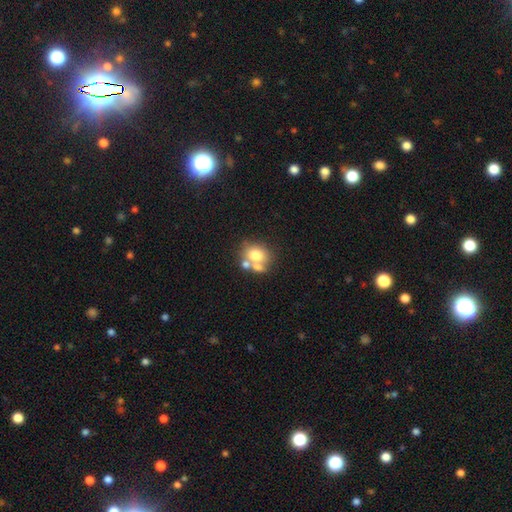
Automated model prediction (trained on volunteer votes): The model was most divided on "merging": none: 43%, merger: 41%, minor disturbance: 11%, major disturbance: 6%. More confident: smooth or featured — smooth (69%); how rounded — round (58%).